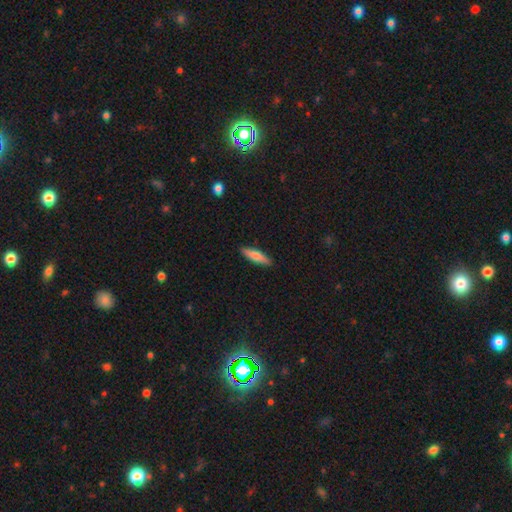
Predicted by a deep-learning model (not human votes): Smooth or featured? Predicted: smooth (p=0.72). How rounded? Predicted: cigar-shaped (p=0.67). Merging? Predicted: none (p=0.90).